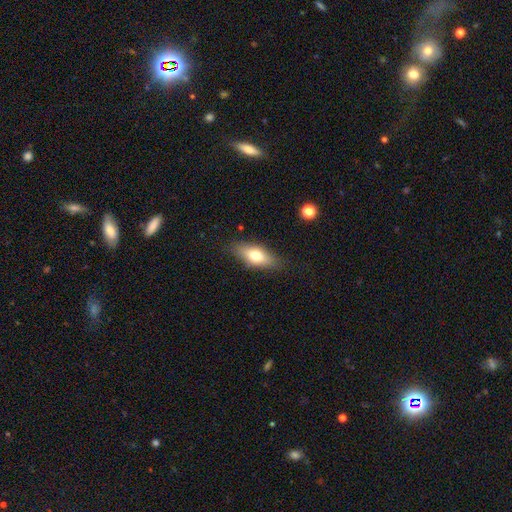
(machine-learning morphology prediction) Smooth or featured? Predicted: smooth (p=0.69). How rounded? Predicted: in between (p=0.76). Merging? Predicted: none (p=0.83).